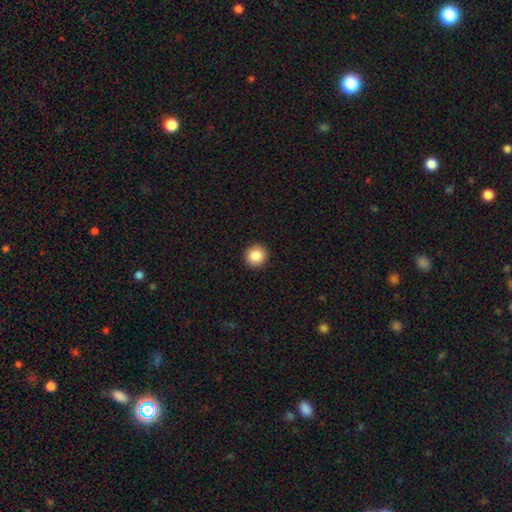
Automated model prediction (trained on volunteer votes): Smooth or featured?
  - smooth: 88% *
  - star or artifact: 9%
  - featured or disk: 3%
How rounded?
  - round: 93% *
  - in between: 6%
  - cigar-shaped: 1%
Merging?
  - none: 92% *
  - minor disturbance: 5%
  - major disturbance: 2%
  - merger: 1%